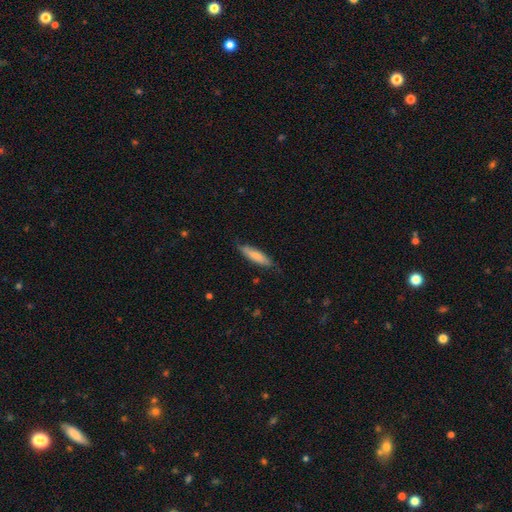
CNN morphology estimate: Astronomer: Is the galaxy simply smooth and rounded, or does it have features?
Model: smooth — 77%.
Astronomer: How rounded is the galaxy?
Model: cigar-shaped — 71%.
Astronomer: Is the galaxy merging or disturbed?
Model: none — 77%.